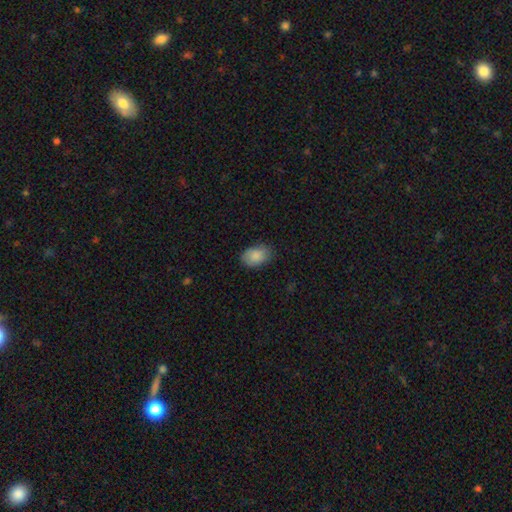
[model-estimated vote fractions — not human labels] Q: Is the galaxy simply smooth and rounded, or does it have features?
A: smooth — 87%.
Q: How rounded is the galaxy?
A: in between — 85%.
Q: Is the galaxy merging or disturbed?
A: none — 80%.